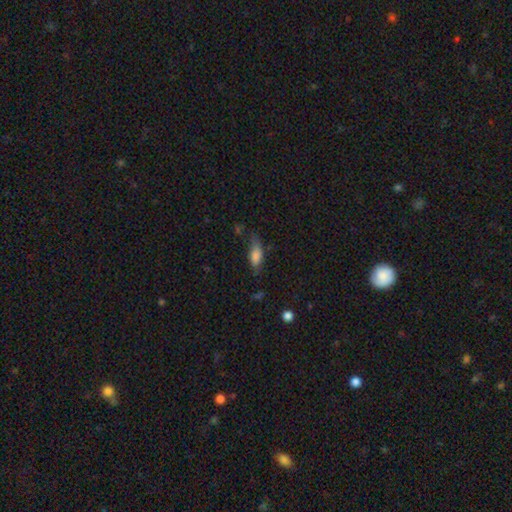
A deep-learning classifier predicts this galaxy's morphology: This is likely a smooth galaxy (78%). How rounded: clearly in between (81%). Merging: possibly none (46%).